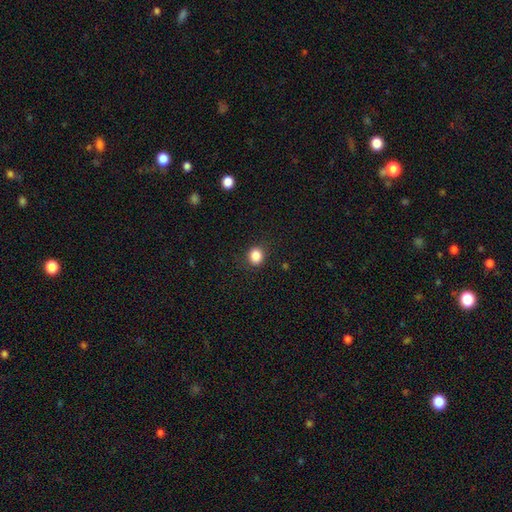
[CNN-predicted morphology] Smooth or featured: smooth — 86% (star or artifact — 10%)
How rounded: round — 73% (in between — 27%)
Merging: none — 88% (minor disturbance — 8%)